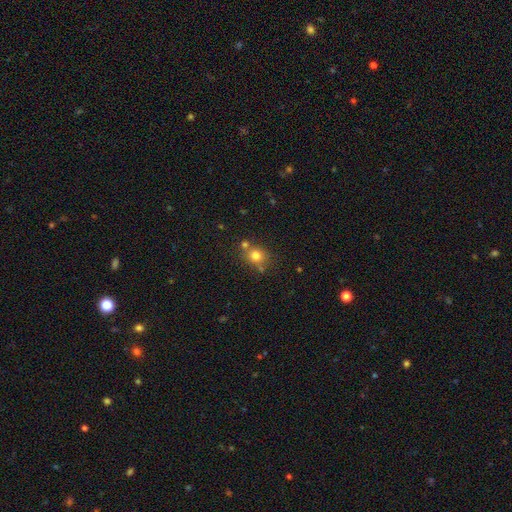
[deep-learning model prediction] smooth_or_featured: smooth (p=0.76) [alt: star or artifact p=0.14]
how_rounded: round (p=0.79) [alt: in between p=0.20]
merging: none (p=0.64) [alt: merger p=0.20]